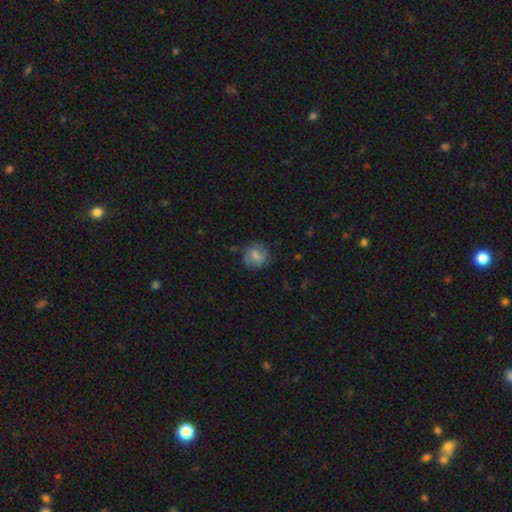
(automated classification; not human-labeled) smooth_or_featured: smooth (p=0.68) [alt: featured or disk p=0.24]
how_rounded: round (p=0.78) [alt: in between p=0.20]
merging: none (p=0.74) [alt: minor disturbance p=0.18]